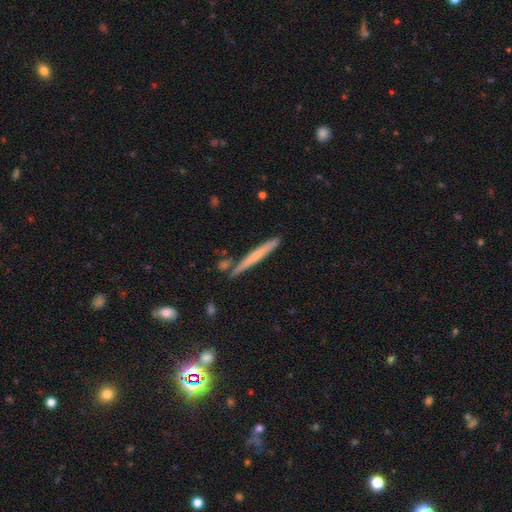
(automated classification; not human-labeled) Q: Smooth or featured?
A: smooth (47%); tied with: featured or disk (47%)
Q: Merging?
A: none (83%); runner-up: minor disturbance (10%)